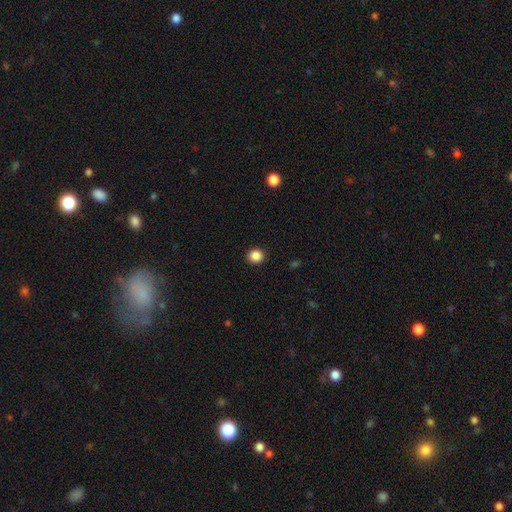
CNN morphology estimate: A smooth galaxy with no disk features (87%) that is round (89%).

Vote fractions:
- Smooth or featured? smooth: 87% / star or artifact: 10% / featured or disk: 3%
- How rounded? round: 89% / in between: 10% / cigar-shaped: 1%
- Merging? none: 92% / minor disturbance: 5% / major disturbance: 2% / merger: 1%